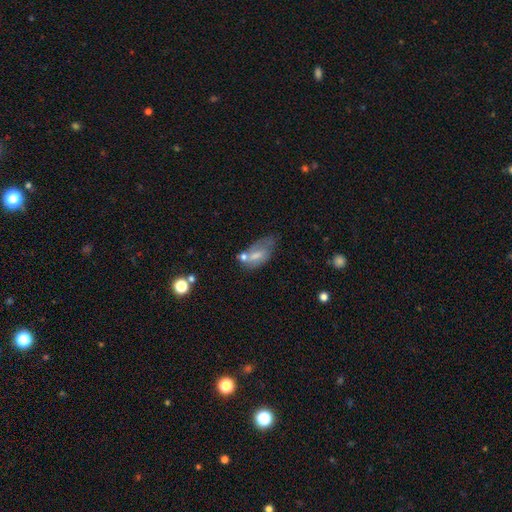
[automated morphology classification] This appears to be a smooth galaxy with no disk features (56%) that is in between round and cigar-shaped (88%). Merging: none (32%).